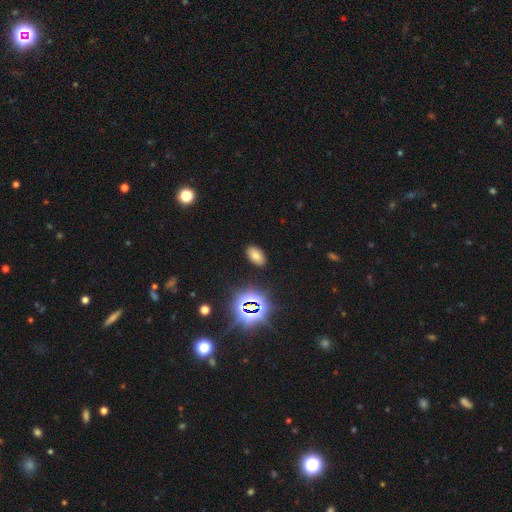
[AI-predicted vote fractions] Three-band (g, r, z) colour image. It shows a smooth galaxy with no disk features (65%) that is in between round and cigar-shaped (92%). Merging: none (88%).